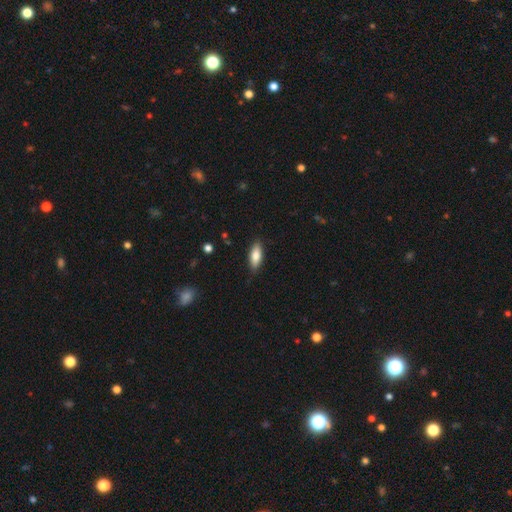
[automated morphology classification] Overall: smooth (80%). How rounded: in between (77%). Merging: none (85%).